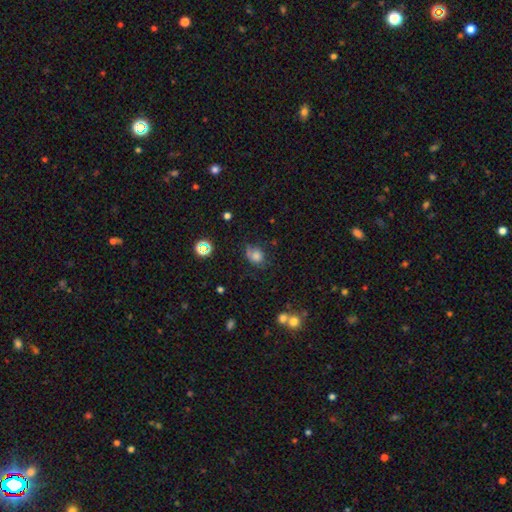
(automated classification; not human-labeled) This appears to be a smooth galaxy with no disk features (74%) that is round (66%). Merging: none (56%).